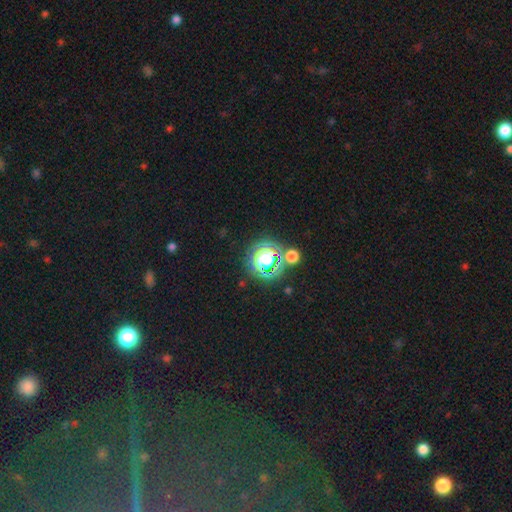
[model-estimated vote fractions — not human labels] smooth_or_featured: star or artifact (p=0.67) [alt: smooth p=0.24]